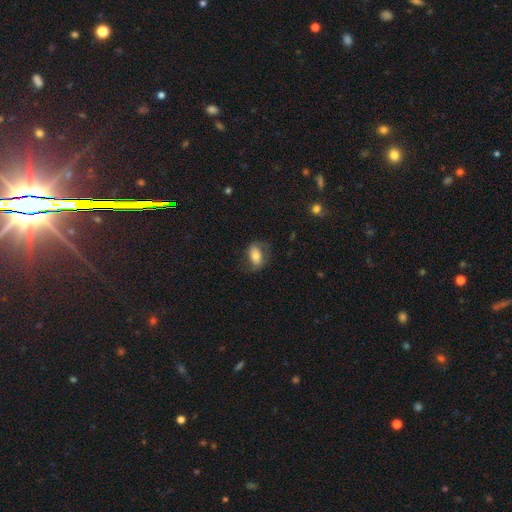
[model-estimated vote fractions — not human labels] smooth_or_featured: smooth (p=0.59) [alt: featured or disk p=0.33]
how_rounded: in between (p=0.84) [alt: round p=0.13]
merging: none (p=0.65) [alt: minor disturbance p=0.21]